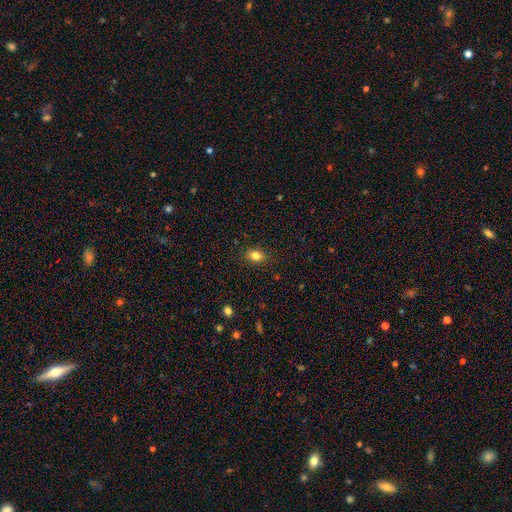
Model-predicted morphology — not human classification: Smooth or featured? smooth (83%)
How rounded? in between (60%)
Merging? none (87%)